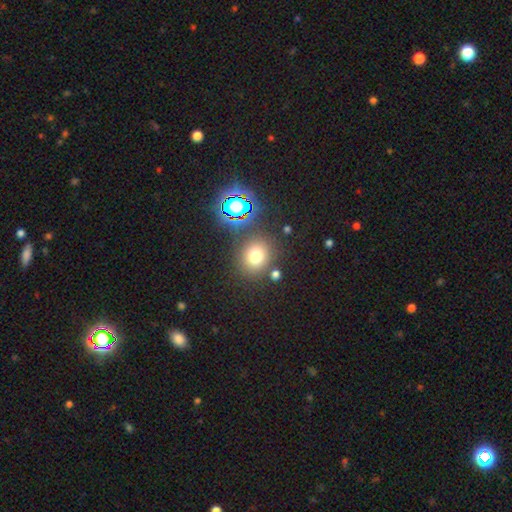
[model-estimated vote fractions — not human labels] Q: Smooth or featured?
A: smooth (71%); runner-up: star or artifact (20%)
Q: How rounded?
A: round (76%); runner-up: in between (23%)
Q: Merging?
A: none (81%); runner-up: minor disturbance (9%)